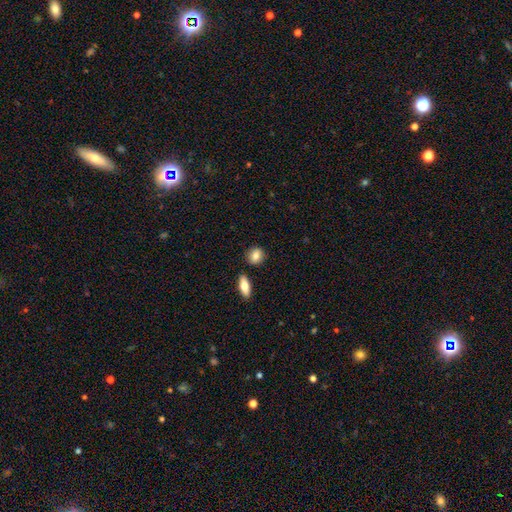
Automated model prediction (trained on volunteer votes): smooth-or-featured: smooth: 83% | featured or disk: 10% | star or artifact: 7%
  how-rounded: round: 57% | in between: 40% | cigar-shaped: 3%
  merging: none: 85% | minor disturbance: 8% | merger: 4% | major disturbance: 2%